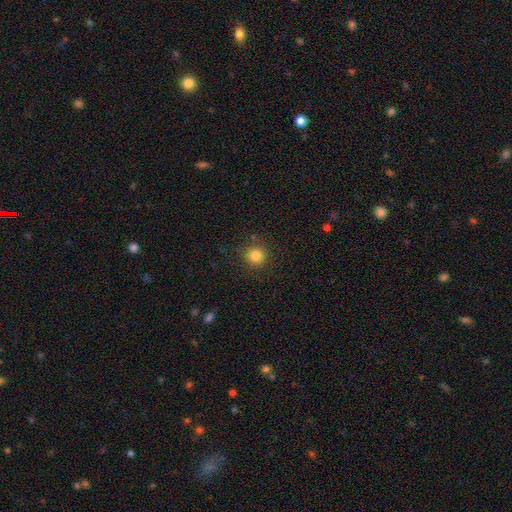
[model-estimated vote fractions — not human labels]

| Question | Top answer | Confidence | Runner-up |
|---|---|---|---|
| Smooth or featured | smooth | 83% | star or artifact (12%) |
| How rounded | round | 94% | in between (5%) |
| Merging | none | 88% | minor disturbance (7%) |